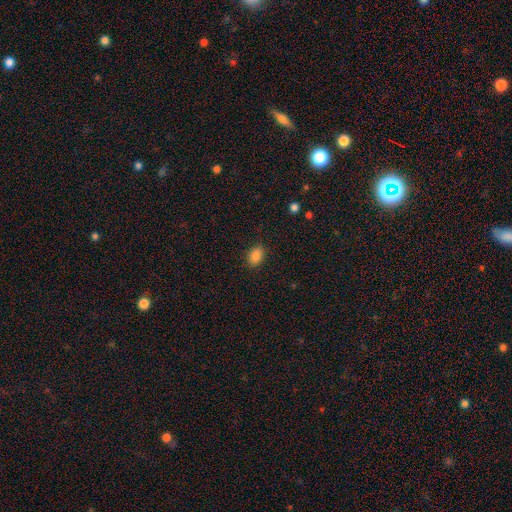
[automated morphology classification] smooth_or_featured: smooth (p=0.87) [alt: star or artifact p=0.09]
how_rounded: in between (p=0.83) [alt: round p=0.16]
merging: none (p=0.88) [alt: minor disturbance p=0.09]